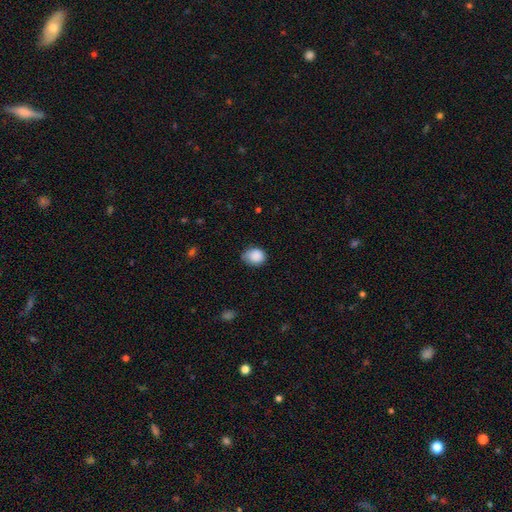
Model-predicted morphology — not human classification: A smooth galaxy with no disk features (87%) that is round (55%).

Vote fractions:
- Smooth or featured? smooth: 87% / star or artifact: 8% / featured or disk: 5%
- How rounded? round: 55% / in between: 44% / cigar-shaped: 1%
- Merging? none: 58% / minor disturbance: 34% / major disturbance: 6% / merger: 2%